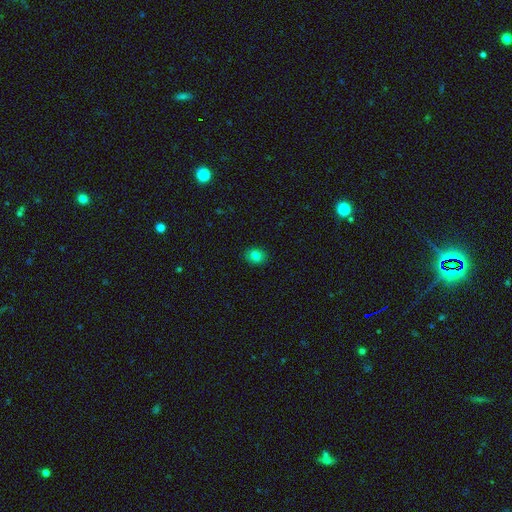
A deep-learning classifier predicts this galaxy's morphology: This appears to be a smooth galaxy with no disk features (80%) that is round (59%). Merging: none (90%).